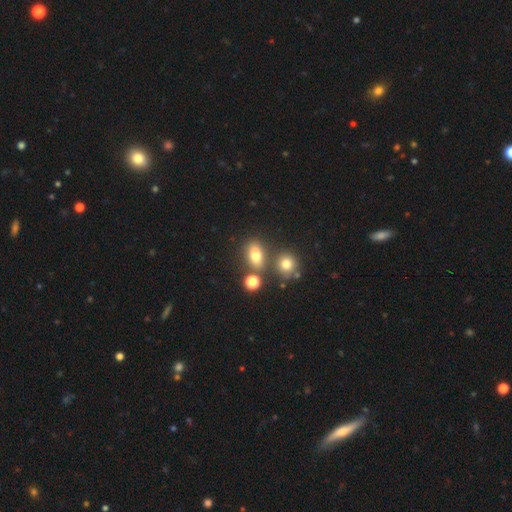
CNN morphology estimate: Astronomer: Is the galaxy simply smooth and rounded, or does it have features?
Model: smooth — 74%.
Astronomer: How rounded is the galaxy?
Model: in between — 72%.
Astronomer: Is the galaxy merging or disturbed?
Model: none — 65%.